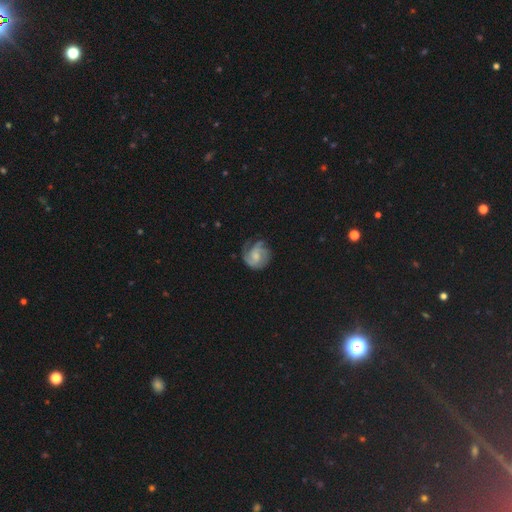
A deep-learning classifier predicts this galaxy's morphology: A featured or disk galaxy (74%) with no bar (61%), 3 (38%) tight (45%) spiral arms (94%) and a moderate central bulge (42%).

Vote fractions:
- Smooth or featured? featured or disk: 74% / smooth: 20% / star or artifact: 7%
- Edge-on disk? no: 98% / yes: 2%
- Bar? no: 61% / weak: 34% / strong: 5%
- Spiral arms? yes: 94% / no: 6%
- Spiral winding? tight: 45% / medium: 41% / loose: 13%
- Spiral arm count? 3: 38% / 2: 25% / can't tell: 19% / 4: 7% / 1: 7% / more than 4: 4%
- Bulge size? moderate: 42% / small: 38% / none: 12% / large: 6% / dominant: 1%
- Merging? none: 65% / minor disturbance: 22% / major disturbance: 12% / merger: 1%